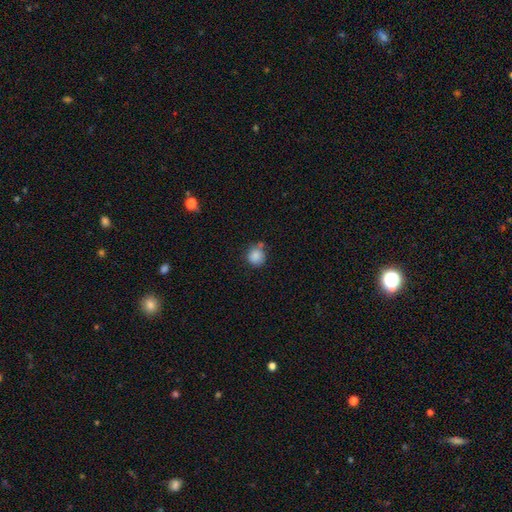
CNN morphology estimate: Smooth or featured?
  - smooth: 85% *
  - star or artifact: 9%
  - featured or disk: 5%
How rounded?
  - round: 89% *
  - in between: 10%
  - cigar-shaped: 1%
Merging?
  - none: 63% *
  - minor disturbance: 21%
  - merger: 11%
  - major disturbance: 5%